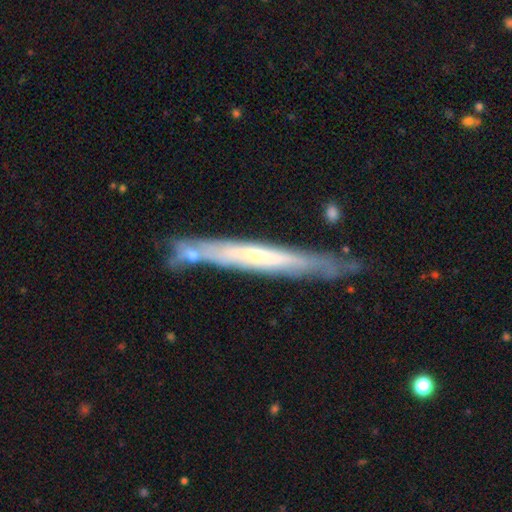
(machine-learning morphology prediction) smooth-or-featured: featured or disk: 70% | smooth: 24% | star or artifact: 6%
  disk-edge-on: yes: 81% | no: 19%
    edge-on-bulge: none: 52% | rounded: 43% | boxy: 5%
  merging: none: 70% | minor disturbance: 18% | merger: 8% | major disturbance: 4%